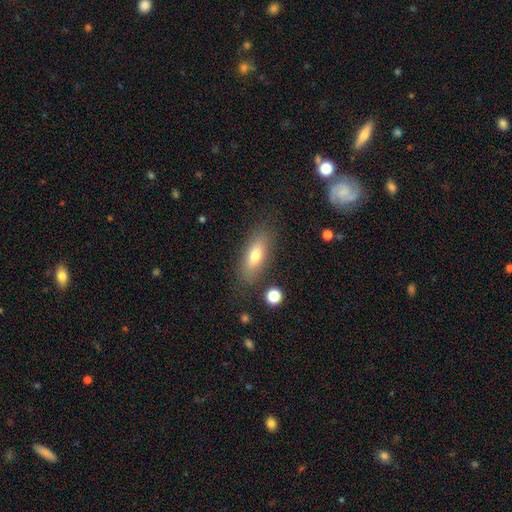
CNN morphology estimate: Smooth or featured? smooth (70%)
How rounded? in between (68%)
Merging? none (82%)